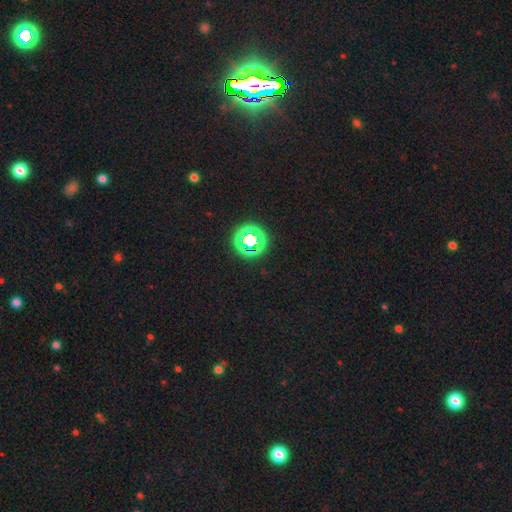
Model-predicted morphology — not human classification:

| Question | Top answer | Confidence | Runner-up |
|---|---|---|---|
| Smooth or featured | star or artifact | 74% | smooth (20%) |